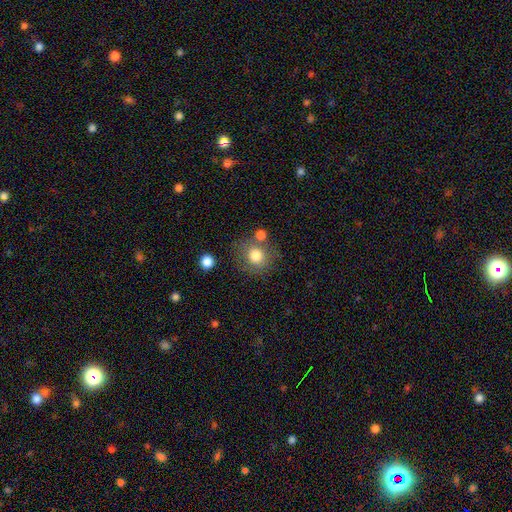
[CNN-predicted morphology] This appears to be a smooth galaxy with no disk features (80%) that is round (86%). Merging: none (70%).